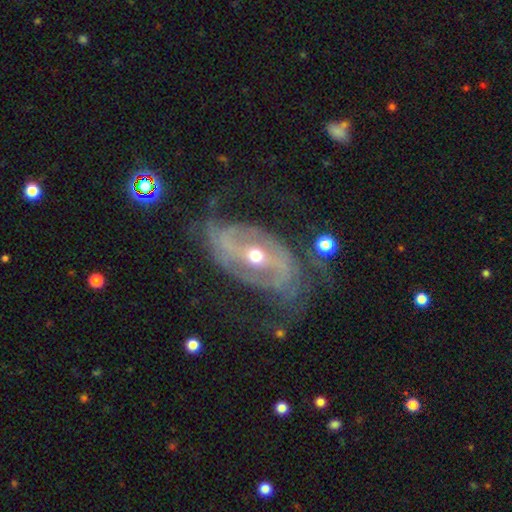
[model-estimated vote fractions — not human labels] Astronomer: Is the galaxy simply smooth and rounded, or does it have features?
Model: featured or disk — 86%.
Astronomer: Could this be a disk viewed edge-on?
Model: no — 95%.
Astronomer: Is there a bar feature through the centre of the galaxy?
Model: weak — 35% (runner-up: strong, 34%).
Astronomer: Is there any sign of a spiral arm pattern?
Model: yes — 86%.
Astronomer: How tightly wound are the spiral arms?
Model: medium — 40% (runner-up: loose, 31%).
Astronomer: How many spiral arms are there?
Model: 2 — 78%.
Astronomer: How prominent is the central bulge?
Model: moderate — 60%.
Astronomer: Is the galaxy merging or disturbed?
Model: none — 60%.